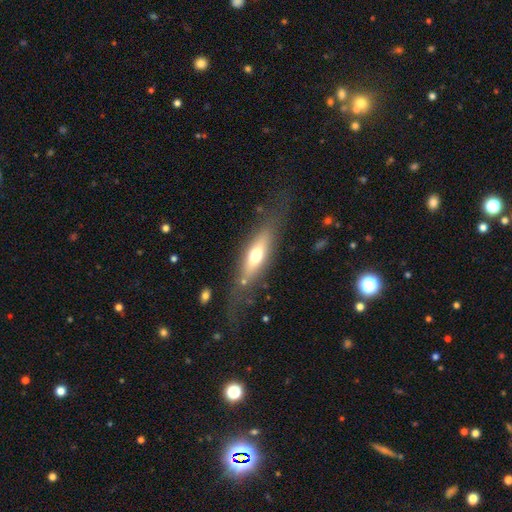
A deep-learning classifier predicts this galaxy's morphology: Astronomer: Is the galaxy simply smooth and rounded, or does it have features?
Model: smooth — 52% (runner-up: featured or disk, 42%).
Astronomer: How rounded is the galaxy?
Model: cigar-shaped — 53% (runner-up: in between, 44%).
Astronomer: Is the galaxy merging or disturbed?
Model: none — 68%.